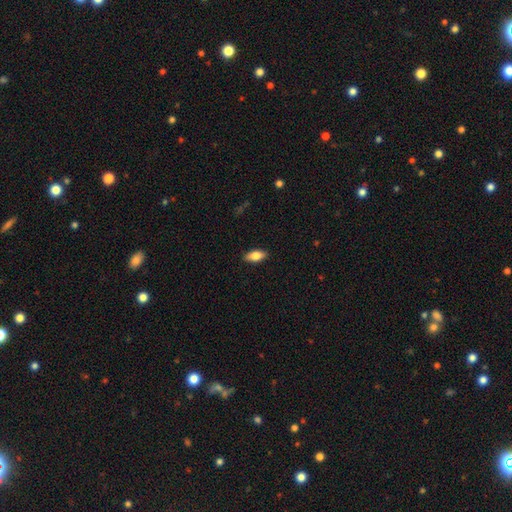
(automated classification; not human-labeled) smooth_or_featured: smooth (p=0.79) [alt: featured or disk p=0.15]
how_rounded: in between (p=0.85) [alt: cigar-shaped p=0.12]
merging: none (p=0.89) [alt: minor disturbance p=0.08]